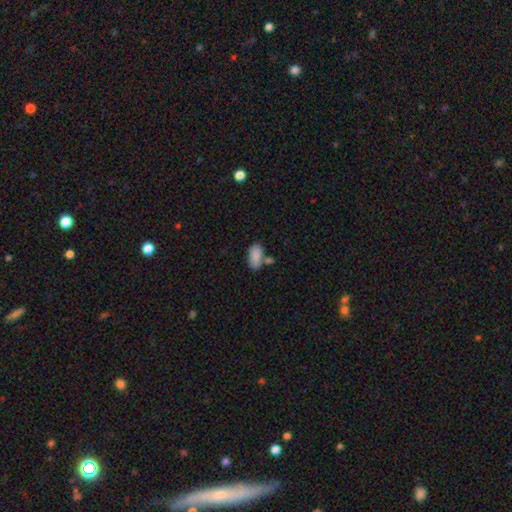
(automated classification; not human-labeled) Q: Smooth or featured?
A: smooth (85%); runner-up: star or artifact (8%)
Q: How rounded?
A: in between (92%); runner-up: cigar-shaped (4%)
Q: Merging?
A: none (53%); runner-up: merger (24%)